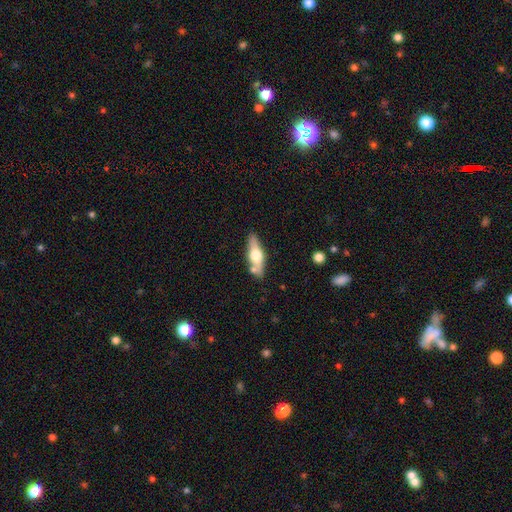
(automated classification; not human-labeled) This appears to be a featured or disk galaxy (52%) viewed edge-on (87%). Merging: none (76%).